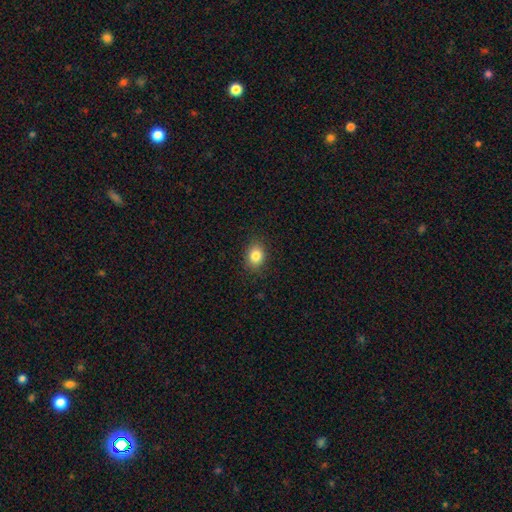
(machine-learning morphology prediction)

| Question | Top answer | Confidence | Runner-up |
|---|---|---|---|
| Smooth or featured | smooth | 84% | star or artifact (10%) |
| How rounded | in between | 54% | round (45%) |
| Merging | none | 88% | minor disturbance (9%) |